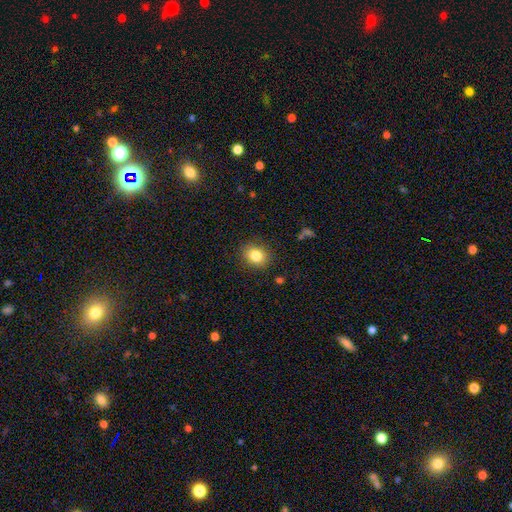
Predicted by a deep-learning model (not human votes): A smooth galaxy with no disk features (83%) that is round (54%). Merging: none (86%).